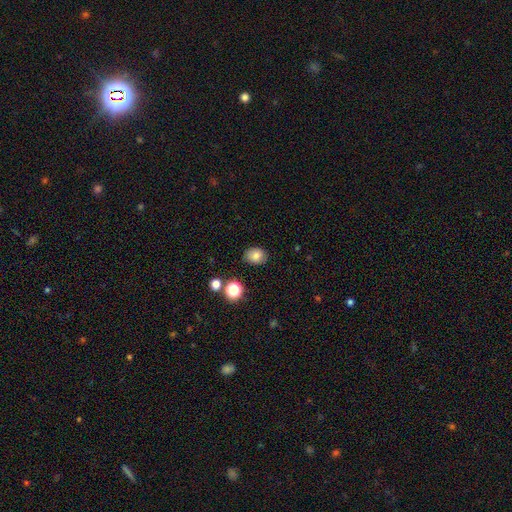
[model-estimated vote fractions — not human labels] Smooth or featured? smooth (80%)
How rounded? in between (53%)
Merging? none (83%)